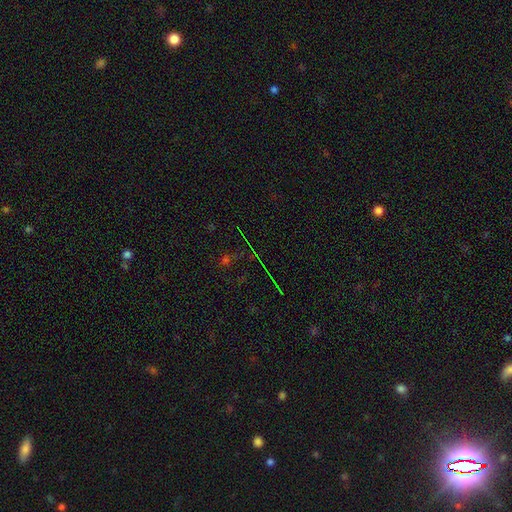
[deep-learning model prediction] Morphology: type=star or artifact (75%).